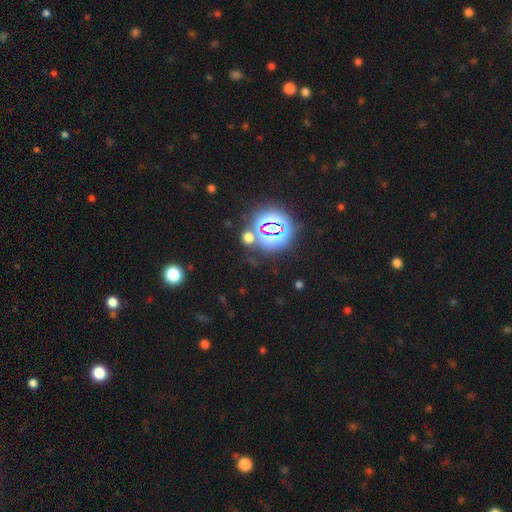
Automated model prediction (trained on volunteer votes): Morphology: type=star or artifact (81%).